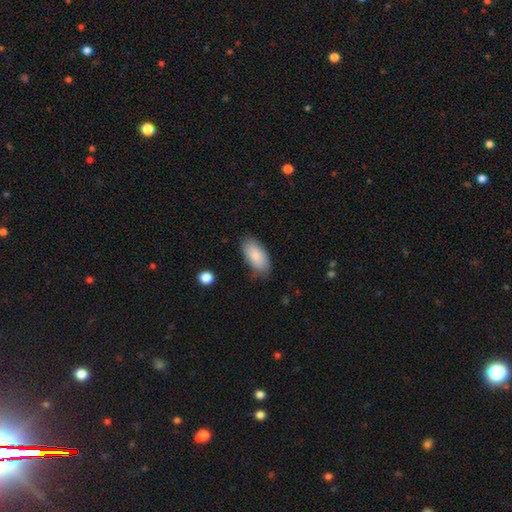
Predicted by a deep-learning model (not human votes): Q: Smooth or featured?
A: smooth (86%); runner-up: featured or disk (8%)
Q: How rounded?
A: in between (92%); runner-up: cigar-shaped (6%)
Q: Merging?
A: none (78%); runner-up: minor disturbance (17%)